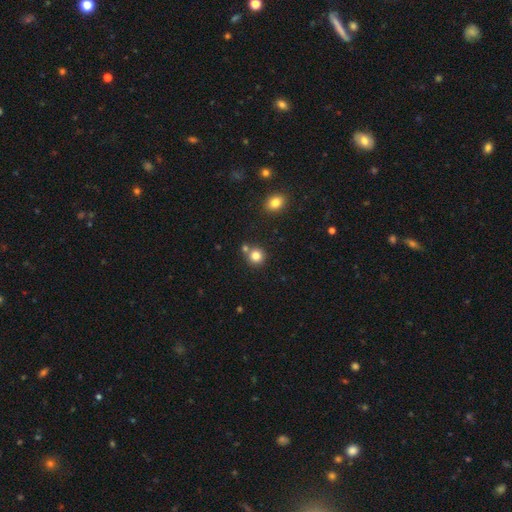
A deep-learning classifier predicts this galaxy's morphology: A smooth galaxy with no disk features (82%) that is round (91%). Merging: none (71%).